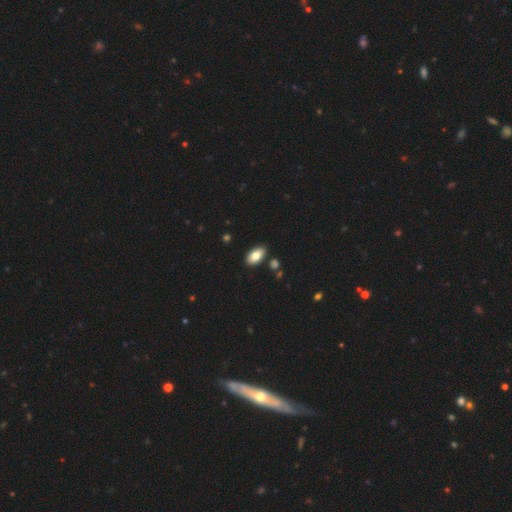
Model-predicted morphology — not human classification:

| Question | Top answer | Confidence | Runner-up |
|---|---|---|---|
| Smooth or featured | smooth | 82% | featured or disk (11%) |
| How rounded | in between | 94% | round (4%) |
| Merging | none | 86% | minor disturbance (9%) |